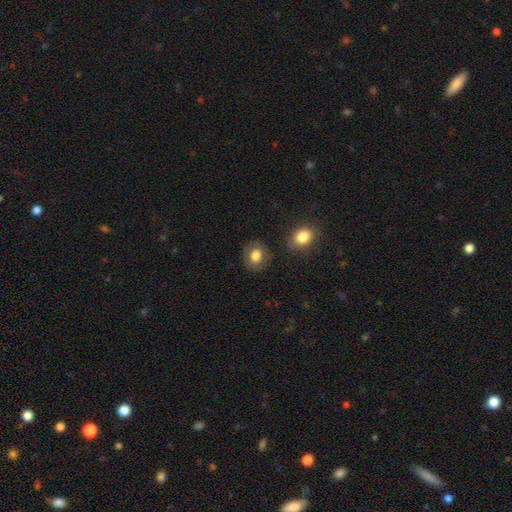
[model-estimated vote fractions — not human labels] Smooth or featured: smooth — 75% (featured or disk — 17%)
How rounded: round — 67% (in between — 32%)
Merging: none — 83% (minor disturbance — 10%)